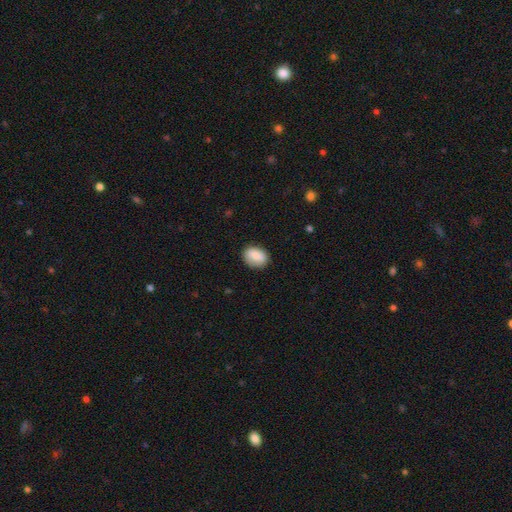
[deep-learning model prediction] This appears to be a smooth galaxy with no disk features (84%) that is in between round and cigar-shaped (74%). Merging: none (81%).